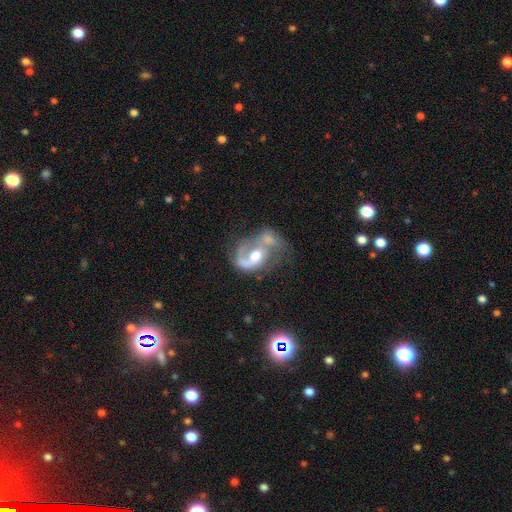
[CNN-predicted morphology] Smooth or featured: featured or disk — 75% (smooth — 16%)
Edge-on disk: no — 97% (yes — 3%)
Bar: no — 57% (weak — 34%)
Spiral arms: yes — 83% (no — 17%)
Spiral winding: loose — 42% (medium — 40%)
Spiral arm count: 1 — 52% (2 — 36%)
Bulge size: moderate — 60% (small — 17%)
Merging: merger — 53% (major disturbance — 19%)